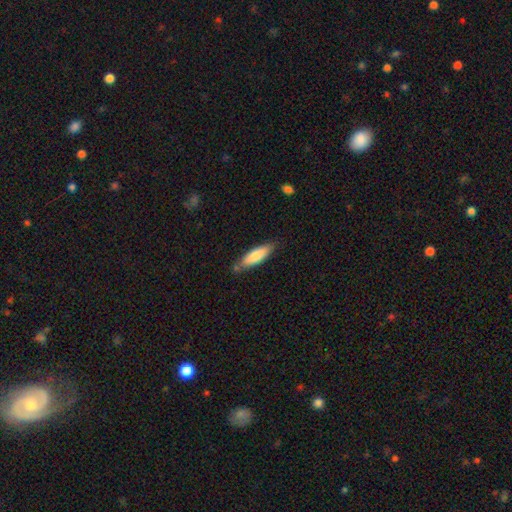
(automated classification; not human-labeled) This is clearly a smooth galaxy (80%). How rounded: possibly cigar-shaped (57%). Merging: likely none (76%).